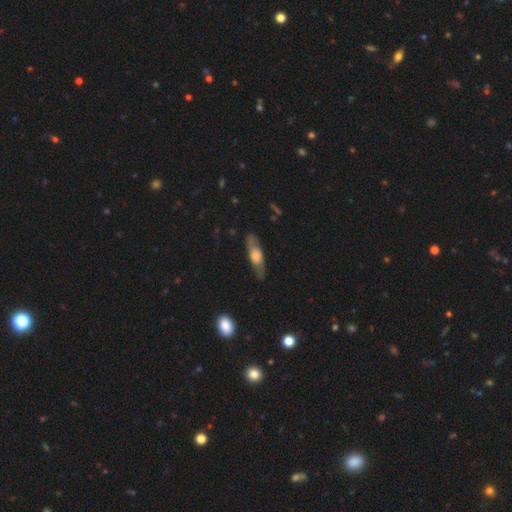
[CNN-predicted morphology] Q: Smooth or featured?
A: featured or disk (51%); runner-up: smooth (43%)
Q: Edge-on disk?
A: yes (65%); runner-up: no (35%)
Q: Merging?
A: none (79%); runner-up: minor disturbance (15%)